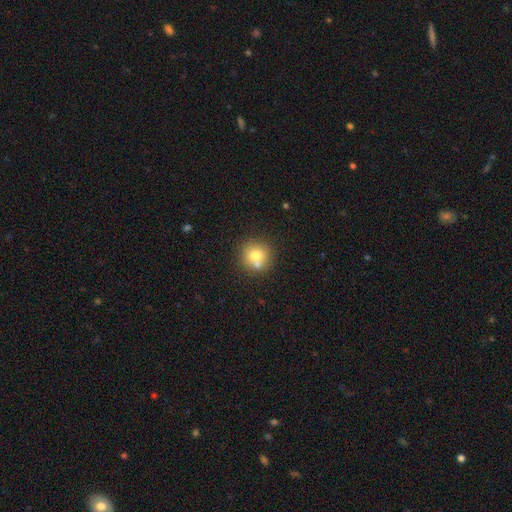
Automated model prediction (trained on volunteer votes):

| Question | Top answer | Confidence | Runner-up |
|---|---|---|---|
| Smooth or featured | smooth | 73% | featured or disk (15%) |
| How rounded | round | 91% | in between (8%) |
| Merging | none | 66% | merger (22%) |